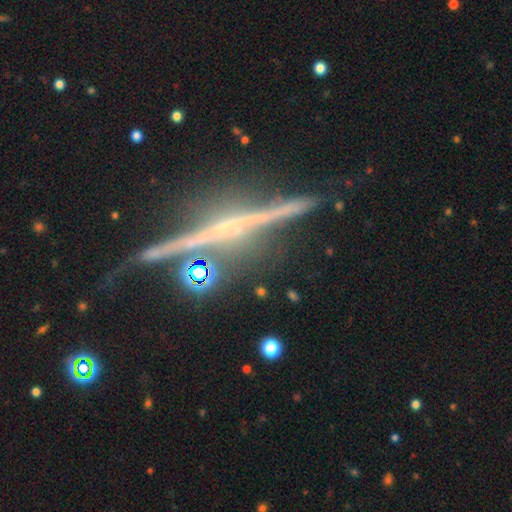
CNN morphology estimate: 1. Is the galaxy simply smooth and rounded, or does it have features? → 84% featured or disk, 9% star or artifact, 7% smooth.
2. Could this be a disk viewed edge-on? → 97% yes, 3% no.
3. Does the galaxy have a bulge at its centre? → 46% rounded, 43% none, 11% boxy.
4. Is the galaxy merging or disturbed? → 78% none, 14% minor disturbance, 4% major disturbance, 4% merger.